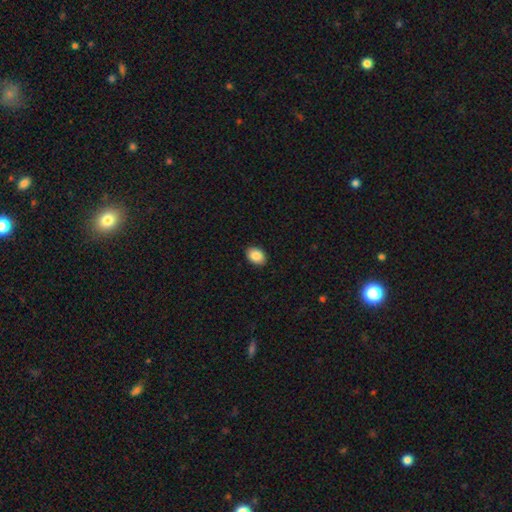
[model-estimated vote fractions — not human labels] The model was most divided on "how rounded": in between: 78%, round: 21%, cigar-shaped: 1%. More confident: merging — none (90%); smooth or featured — smooth (89%).